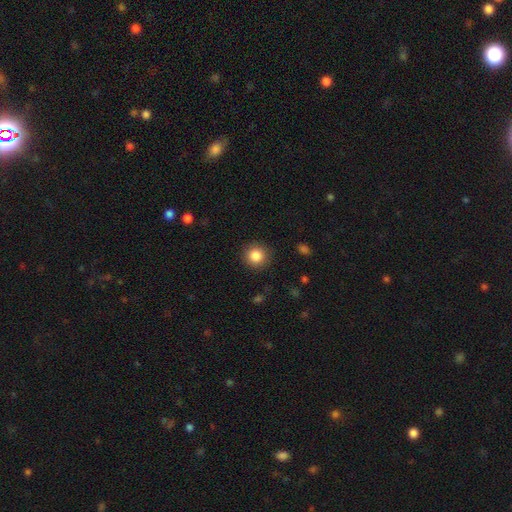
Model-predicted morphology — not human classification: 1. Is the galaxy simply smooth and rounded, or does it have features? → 85% smooth, 10% star or artifact, 5% featured or disk.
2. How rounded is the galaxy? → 93% round, 6% in between, 1% cigar-shaped.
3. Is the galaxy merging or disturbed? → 89% none, 7% minor disturbance, 3% major disturbance, 1% merger.